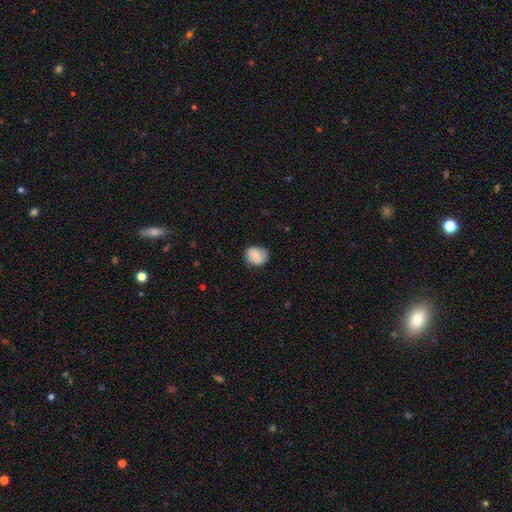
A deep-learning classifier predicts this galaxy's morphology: Smooth or featured: smooth — 70% (featured or disk — 23%)
How rounded: round — 62% (in between — 37%)
Merging: none — 74% (minor disturbance — 20%)